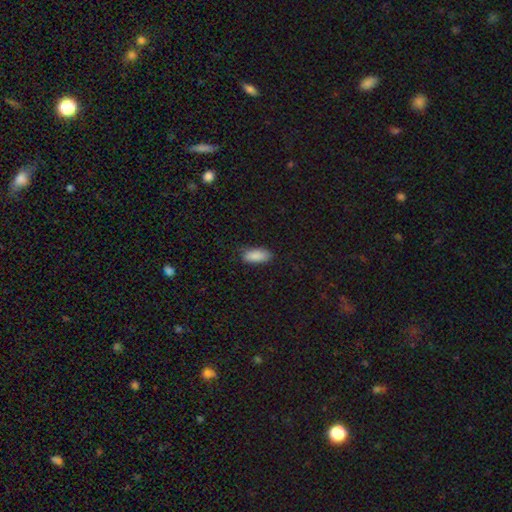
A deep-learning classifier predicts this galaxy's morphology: Q: Smooth or featured?
A: smooth (88%); runner-up: star or artifact (7%)
Q: How rounded?
A: in between (86%); runner-up: cigar-shaped (12%)
Q: Merging?
A: none (75%); runner-up: minor disturbance (20%)